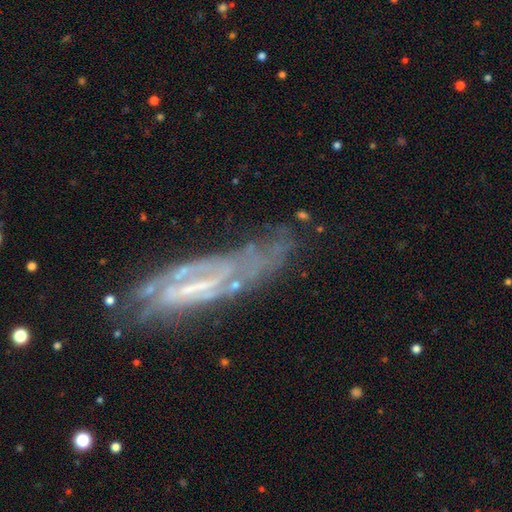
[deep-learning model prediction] Overall: featured or disk (74%). Edge-on disk: no (62%; yes 38%). Merging: none (57%; minor disturbance 24%).